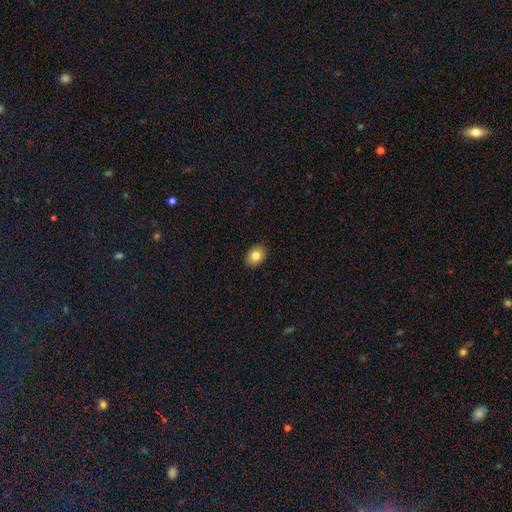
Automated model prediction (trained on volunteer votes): This appears to be a smooth galaxy with no disk features (83%) that is in between round and cigar-shaped (68%). Merging: none (89%).